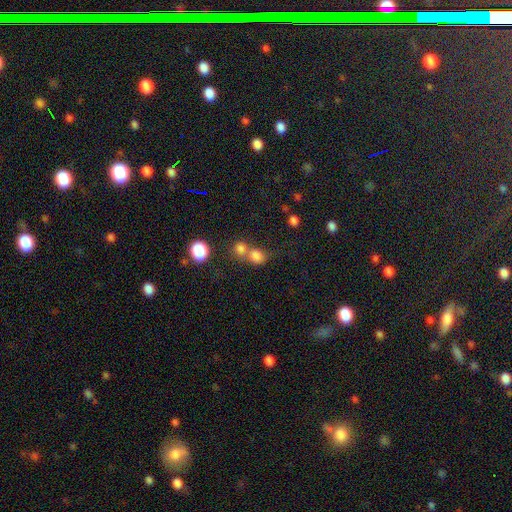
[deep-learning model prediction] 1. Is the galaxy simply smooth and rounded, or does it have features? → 78% smooth, 14% star or artifact, 8% featured or disk.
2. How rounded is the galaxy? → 70% round, 29% in between, 1% cigar-shaped.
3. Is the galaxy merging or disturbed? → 53% merger, 36% none, 7% minor disturbance, 4% major disturbance.